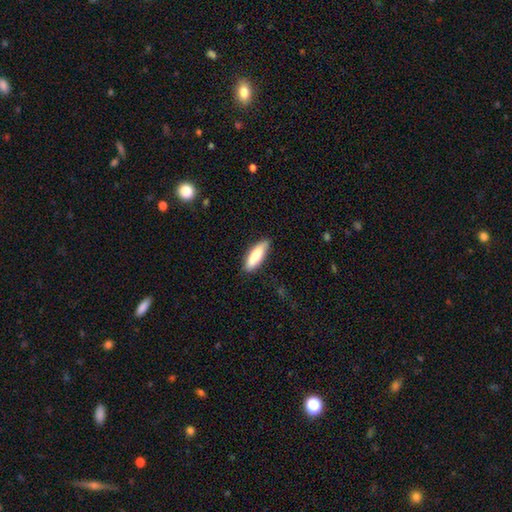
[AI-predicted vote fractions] Morphology: type=smooth (81%); roundness=in between (51%); merging=none (84%).